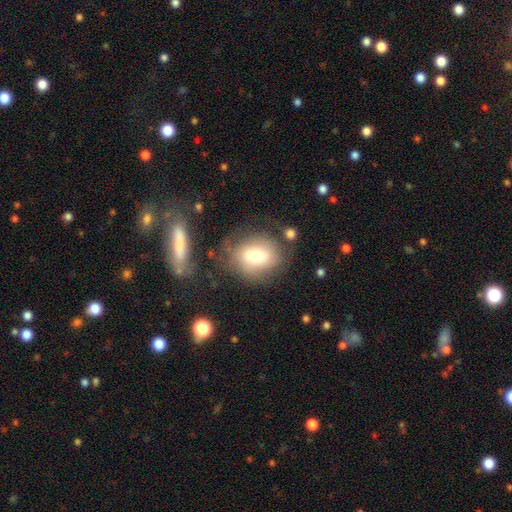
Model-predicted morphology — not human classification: type=smooth (65%); roundness=in between (62%); merging=none (63%).